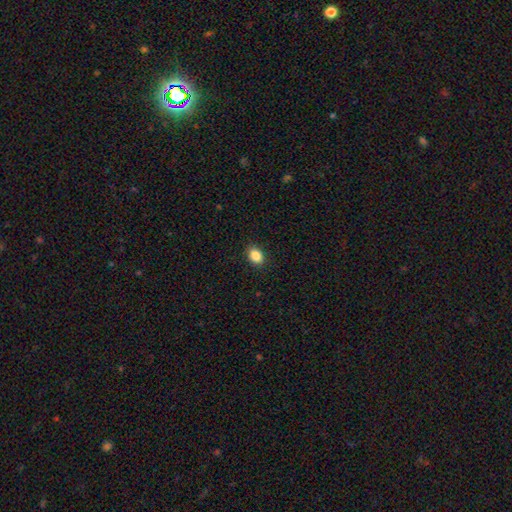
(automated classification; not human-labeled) A smooth galaxy with no disk features (86%) that is in between round and cigar-shaped (70%).

Vote fractions:
- Smooth or featured? smooth: 86% / star or artifact: 9% / featured or disk: 5%
- How rounded? in between: 70% / round: 28% / cigar-shaped: 1%
- Merging? none: 89% / minor disturbance: 8% / major disturbance: 2% / merger: 1%